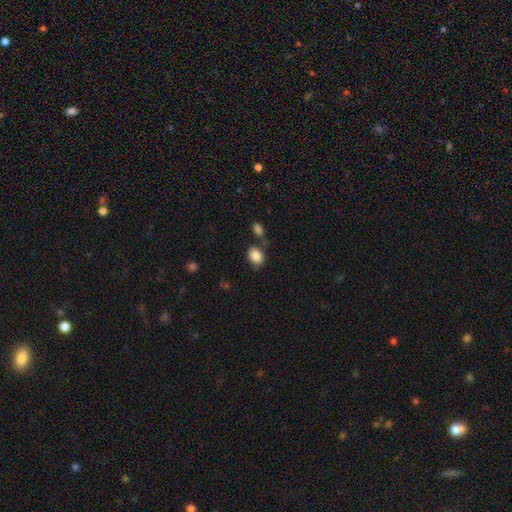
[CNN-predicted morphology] Q: Smooth or featured?
A: smooth (86%); runner-up: star or artifact (8%)
Q: How rounded?
A: in between (58%); runner-up: round (41%)
Q: Merging?
A: none (64%); runner-up: minor disturbance (16%)